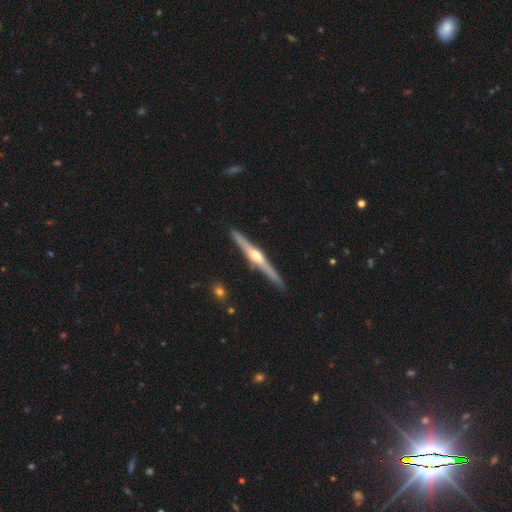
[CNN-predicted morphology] Smooth or featured? Predicted: featured or disk (p=0.80). Edge-on disk? Predicted: yes (p=0.98). Edge-on bulge? Predicted: rounded (p=0.92). Merging? Predicted: none (p=0.90).